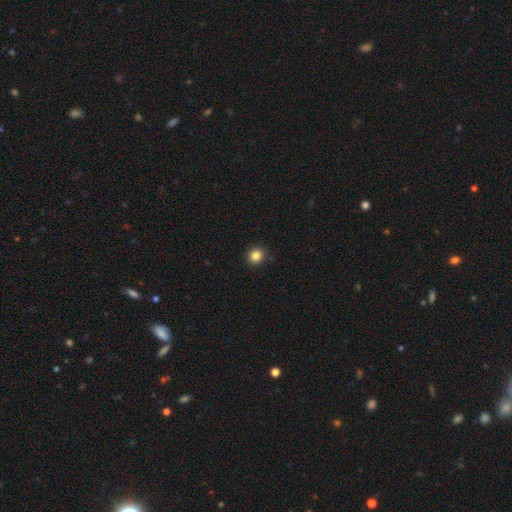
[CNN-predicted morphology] This appears to be a smooth galaxy with no disk features (84%) that is round (88%). Merging: none (92%).